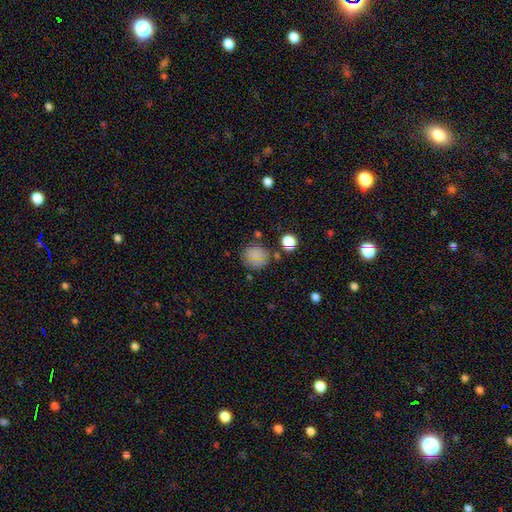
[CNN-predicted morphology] smooth 78%, star or artifact 14%, featured or disk 8%. Down the decision tree: how rounded — round (83%); merging — none (76%).